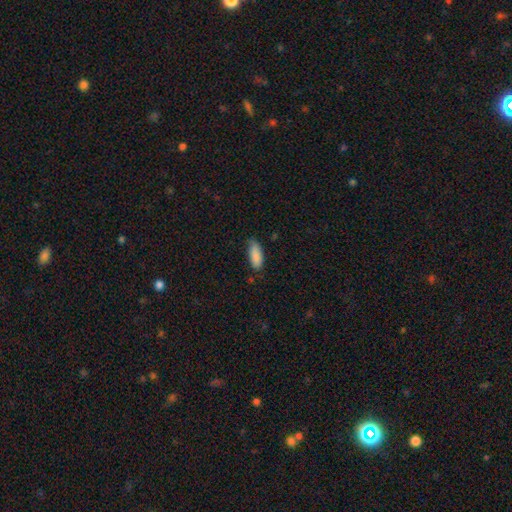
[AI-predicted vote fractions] Smooth or featured?
  - smooth: 89% *
  - star or artifact: 6%
  - featured or disk: 5%
How rounded?
  - in between: 76% *
  - cigar-shaped: 22%
  - round: 2%
Merging?
  - none: 73% *
  - minor disturbance: 22%
  - major disturbance: 3%
  - merger: 2%